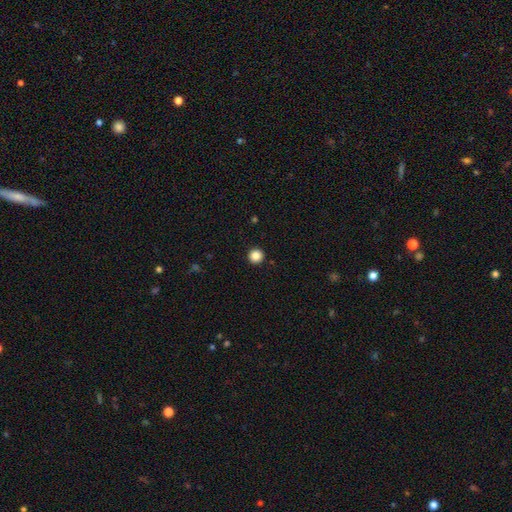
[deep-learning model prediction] Smooth or featured? smooth (86%)
How rounded? round (96%)
Merging? none (94%)